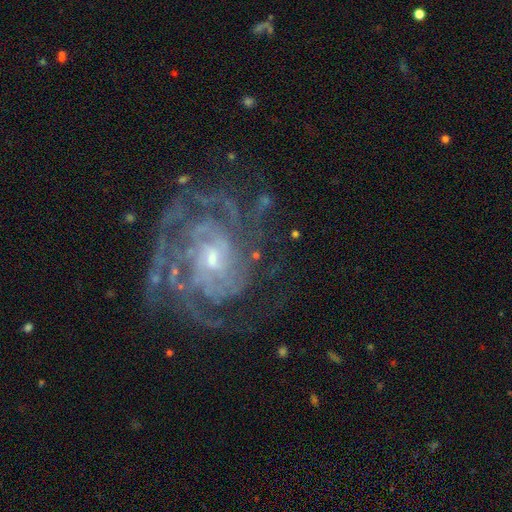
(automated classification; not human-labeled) Smooth or featured: featured or disk — 87% (star or artifact — 7%)
Edge-on disk: no — 98% (yes — 2%)
Bar: no — 48% (weak — 42%)
Spiral arms: yes — 94% (no — 6%)
Spiral winding: tight — 60% (medium — 30%)
Spiral arm count: can't tell — 35% (4 — 18%)
Bulge size: small — 70% (moderate — 24%)
Merging: none — 63% (major disturbance — 17%)